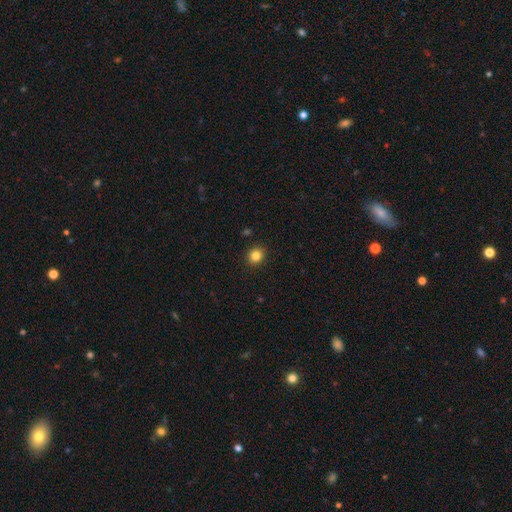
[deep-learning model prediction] Smooth or featured? Predicted: smooth (p=0.84). How rounded? Predicted: round (p=0.74). Merging? Predicted: none (p=0.91).